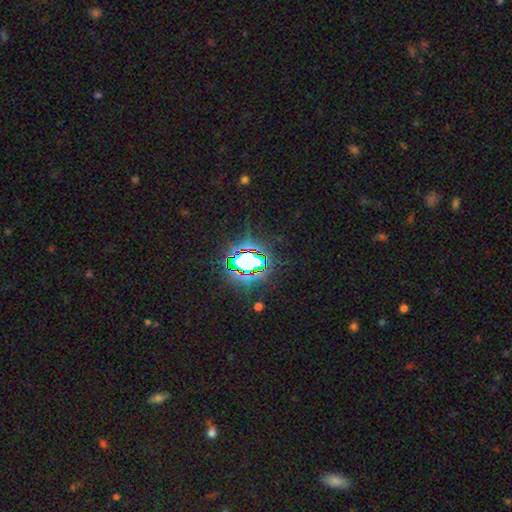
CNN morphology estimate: This appears to be a star or artifact, not a galaxy (75%).